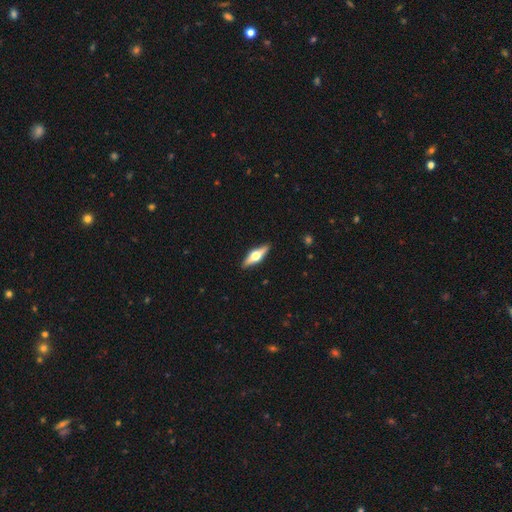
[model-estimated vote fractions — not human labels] This is likely a featured or disk galaxy (64%). It is clearly viewed edge-on (96%). Edge-on bulge: clearly rounded (96%). Merging: clearly none (90%).